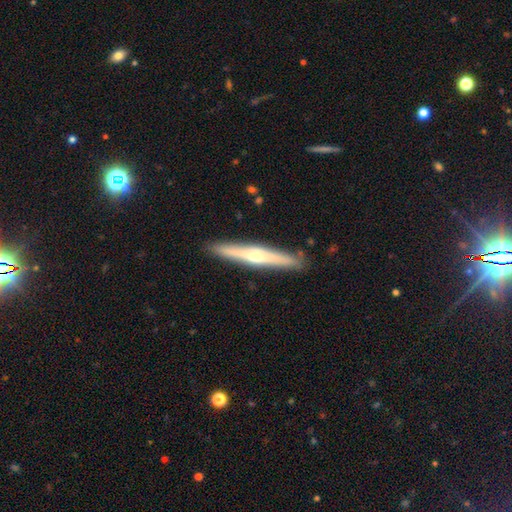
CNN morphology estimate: This appears to be a featured or disk galaxy (62%) viewed edge-on (96%) with a rounded central bulge (82%). Merging: none (89%).